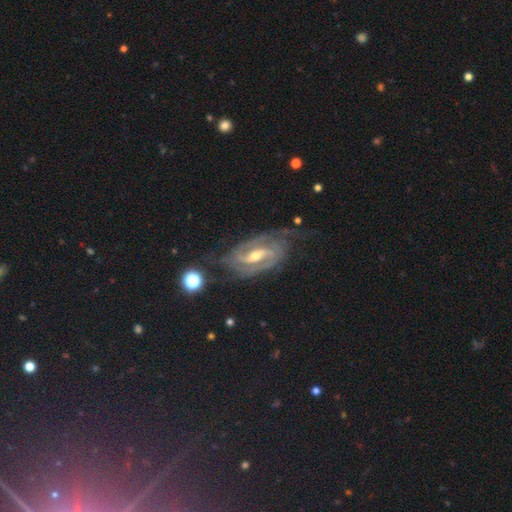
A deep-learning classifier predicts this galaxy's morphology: Smooth or featured?
  - featured or disk: 91% *
  - star or artifact: 5%
  - smooth: 4%
Edge-on disk?
  - no: 95% *
  - yes: 5%
Bar?
  - strong: 46% *
  - weak: 39%
  - no: 15%
Spiral arms?
  - yes: 98% *
  - no: 2%
Spiral winding?
  - tight: 48% *
  - medium: 42%
  - loose: 10%
Spiral arm count?
  - 2: 78% *
  - 3: 9%
  - can't tell: 7%
  - 4: 2%
  - 1: 2%
  - more than 4: 2%
Bulge size?
  - moderate: 57% *
  - small: 38%
  - large: 3%
  - none: 1%
  - dominant: 1%
Merging?
  - none: 67% *
  - minor disturbance: 20%
  - major disturbance: 10%
  - merger: 2%